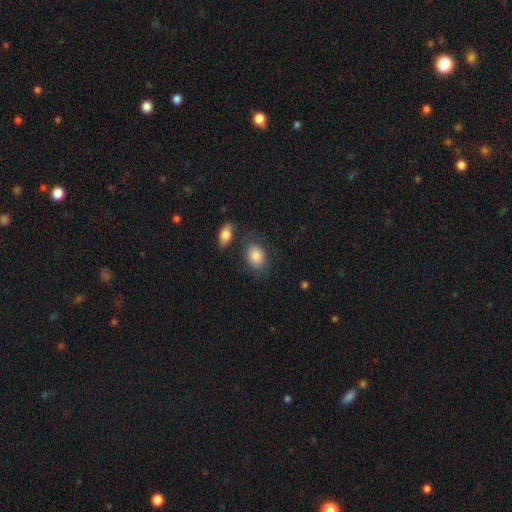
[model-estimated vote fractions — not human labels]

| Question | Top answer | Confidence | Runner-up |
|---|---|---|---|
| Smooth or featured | smooth | 87% | star or artifact (7%) |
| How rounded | in between | 75% | round (23%) |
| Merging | none | 73% | minor disturbance (14%) |